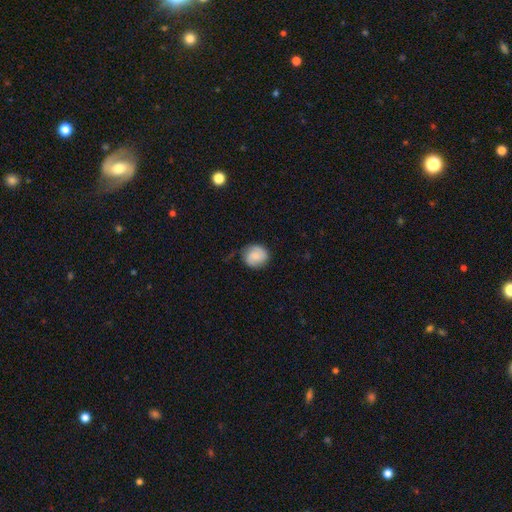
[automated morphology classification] Smooth or featured: smooth — 61% (featured or disk — 32%)
How rounded: round — 83% (in between — 16%)
Merging: none — 74% (minor disturbance — 20%)